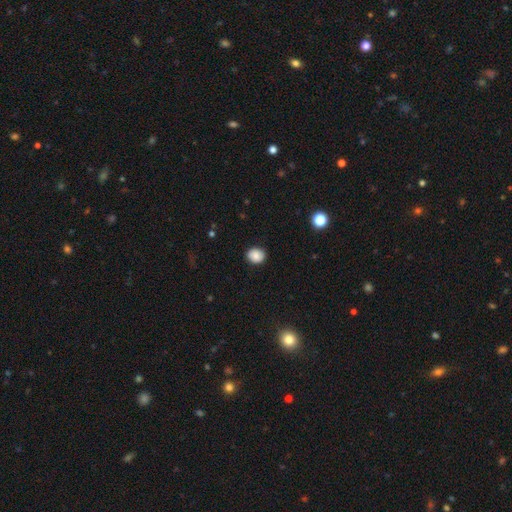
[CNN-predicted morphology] smooth_or_featured: smooth (p=0.85) [alt: star or artifact p=0.09]
how_rounded: round (p=0.63) [alt: in between p=0.36]
merging: none (p=0.87) [alt: minor disturbance p=0.10]